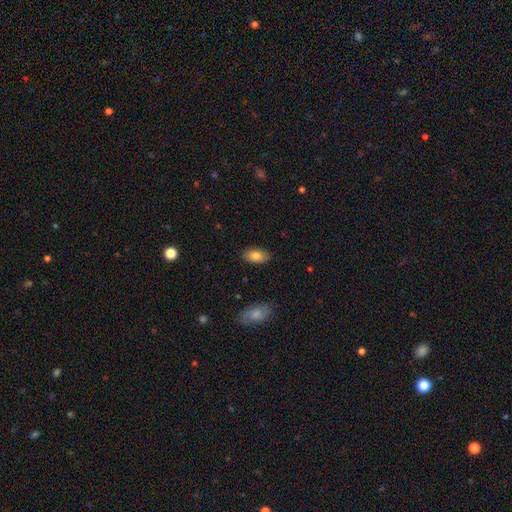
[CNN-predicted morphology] Smooth or featured? Predicted: smooth (p=0.84). How rounded? Predicted: in between (p=0.93). Merging? Predicted: none (p=0.87).